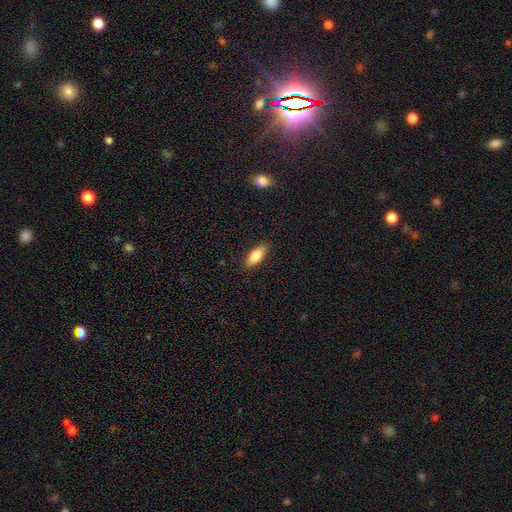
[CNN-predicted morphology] smooth_or_featured: smooth (p=0.77) [alt: featured or disk p=0.17]
how_rounded: in between (p=0.74) [alt: cigar-shaped p=0.23]
merging: none (p=0.88) [alt: minor disturbance p=0.09]